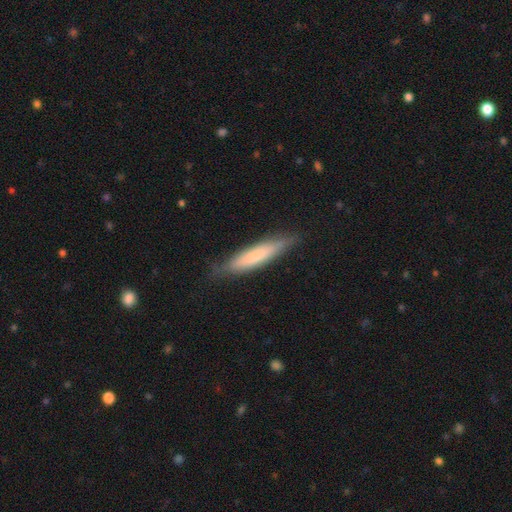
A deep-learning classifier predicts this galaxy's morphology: A smooth galaxy with no disk features (65%) that is cigar-shaped (87%). Merging: none (82%).